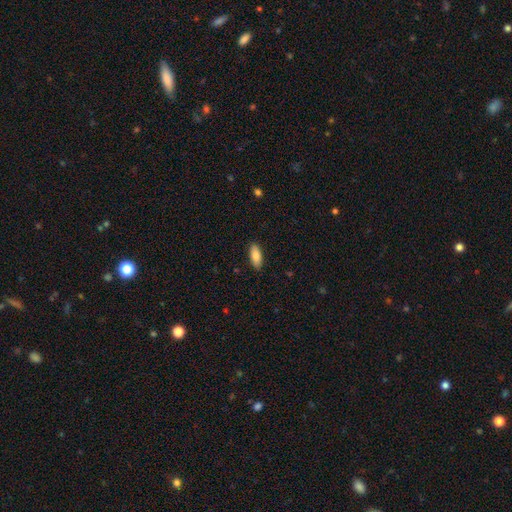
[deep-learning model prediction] Smooth or featured?
  - smooth: 85% *
  - featured or disk: 9%
  - star or artifact: 6%
How rounded?
  - in between: 81% *
  - cigar-shaped: 17%
  - round: 2%
Merging?
  - none: 88% *
  - minor disturbance: 9%
  - major disturbance: 2%
  - merger: 1%